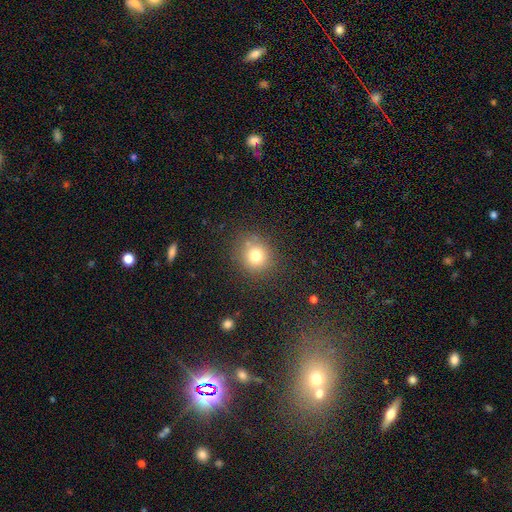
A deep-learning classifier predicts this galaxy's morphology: A smooth galaxy with no disk features (76%) that is round (86%).

Vote fractions:
- Smooth or featured? smooth: 76% / star or artifact: 15% / featured or disk: 9%
- How rounded? round: 86% / in between: 13% / cigar-shaped: 1%
- Merging? none: 83% / minor disturbance: 10% / major disturbance: 4% / merger: 3%